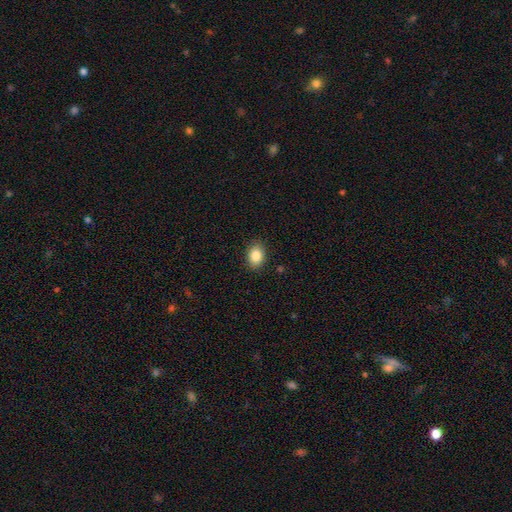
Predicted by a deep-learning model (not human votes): This is clearly a smooth galaxy (85%). How rounded: likely in between (71%). Merging: clearly none (88%).